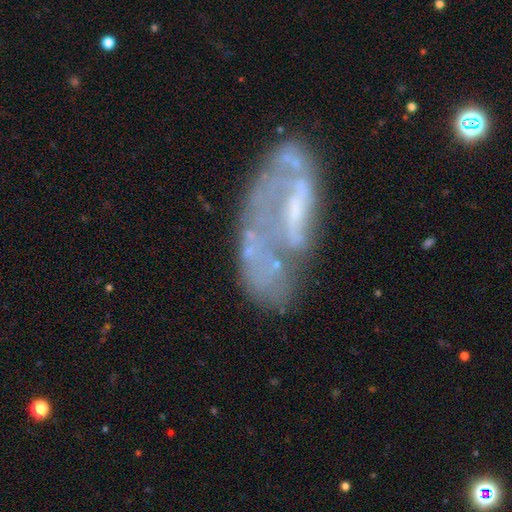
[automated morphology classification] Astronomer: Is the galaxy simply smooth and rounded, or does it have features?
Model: featured or disk — 67%.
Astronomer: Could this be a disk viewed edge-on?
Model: no — 92%.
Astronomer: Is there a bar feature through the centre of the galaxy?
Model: no — 53% (runner-up: weak, 29%).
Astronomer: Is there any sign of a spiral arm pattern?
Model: no — 57% (runner-up: yes, 43%).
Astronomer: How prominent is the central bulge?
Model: none — 46% (runner-up: small, 30%).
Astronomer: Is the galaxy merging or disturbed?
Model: none — 36% (runner-up: major disturbance, 33%).